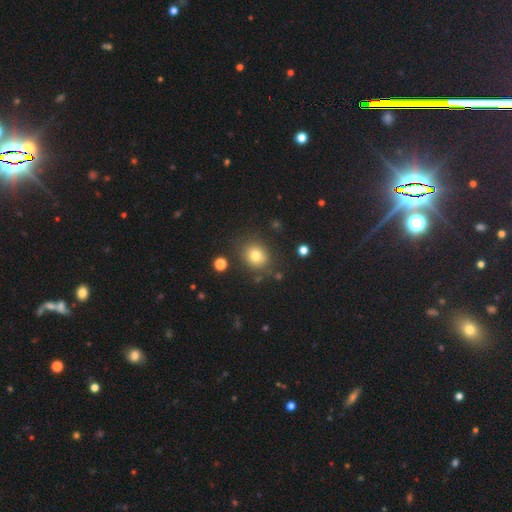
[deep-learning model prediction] Smooth or featured: smooth — 78% (star or artifact — 13%)
How rounded: round — 74% (in between — 26%)
Merging: none — 82% (minor disturbance — 11%)